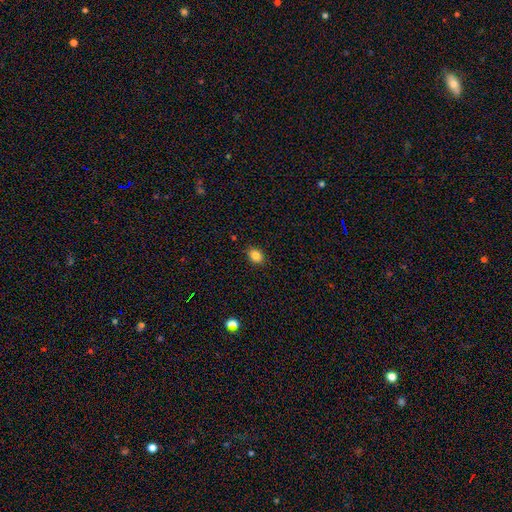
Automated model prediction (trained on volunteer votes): Overall: smooth (85%). How rounded: in between (65%; round 34%). Merging: none (88%).